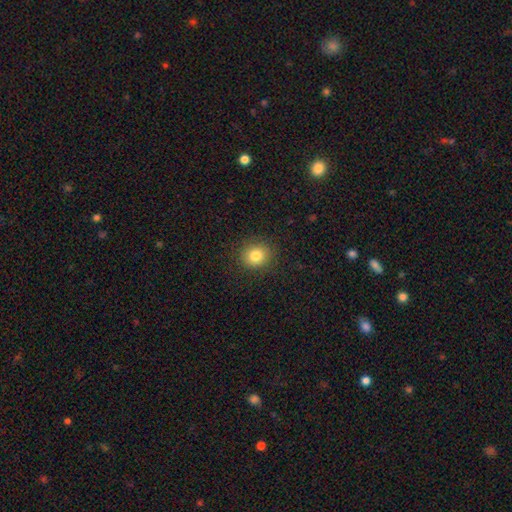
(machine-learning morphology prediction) type=smooth (82%); roundness=round (84%); merging=none (89%).